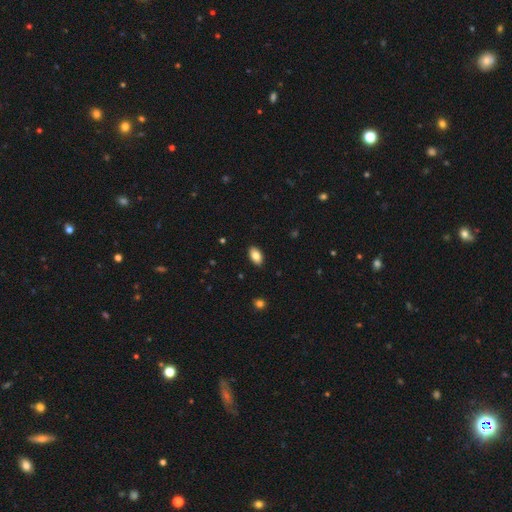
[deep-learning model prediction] The model was most divided on "smooth or featured": smooth: 84%, featured or disk: 8%, star or artifact: 8%. More confident: how rounded — in between (93%); merging — none (89%).